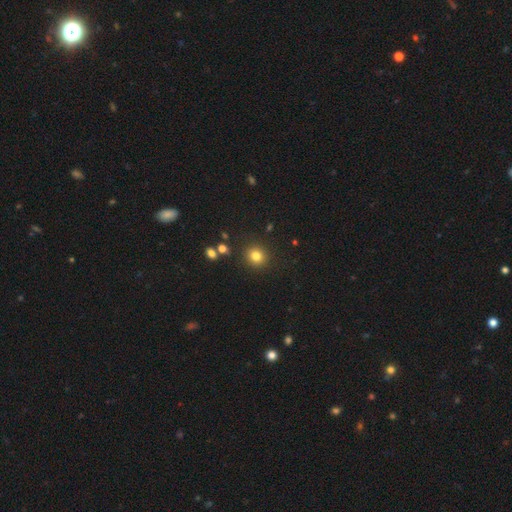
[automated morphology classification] Q: Smooth or featured?
A: smooth (81%); runner-up: star or artifact (13%)
Q: How rounded?
A: round (87%); runner-up: in between (12%)
Q: Merging?
A: none (89%); runner-up: minor disturbance (6%)